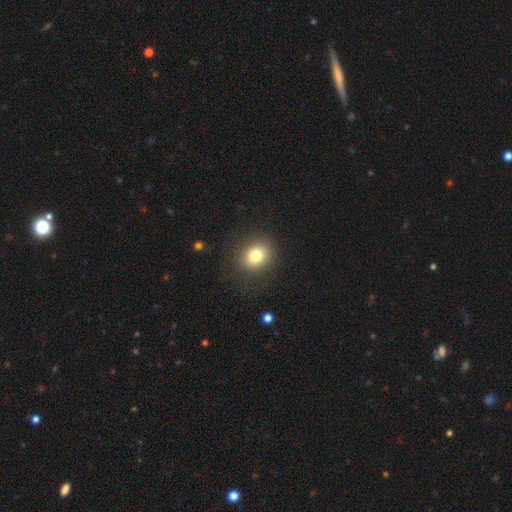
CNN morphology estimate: Q: Smooth or featured?
A: smooth (79%); runner-up: star or artifact (12%)
Q: How rounded?
A: round (70%); runner-up: in between (30%)
Q: Merging?
A: none (85%); runner-up: minor disturbance (9%)